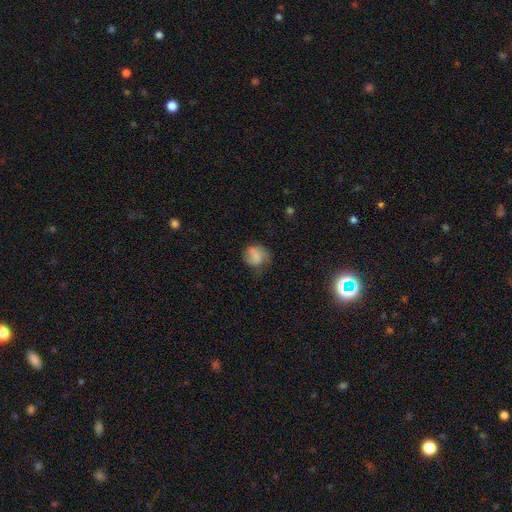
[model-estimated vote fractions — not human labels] This appears to be a smooth galaxy with no disk features (70%) that is round (74%). Merging: none (48%).